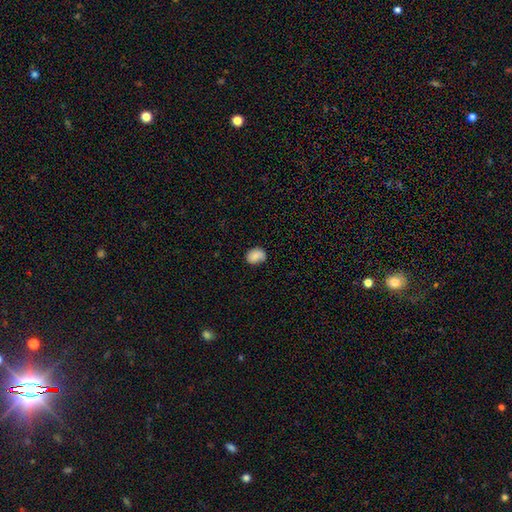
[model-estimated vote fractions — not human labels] Smooth or featured: smooth — 82% (featured or disk — 10%)
How rounded: in between — 59% (round — 40%)
Merging: none — 71% (minor disturbance — 22%)